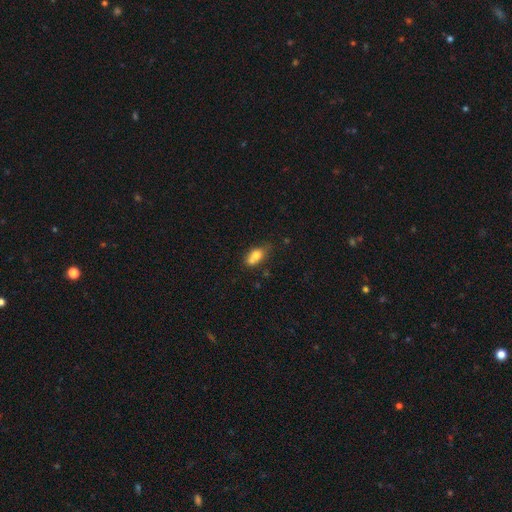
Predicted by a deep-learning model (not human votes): This appears to be a smooth galaxy with no disk features (73%) that is in between round and cigar-shaped (76%). Merging: none (39%).